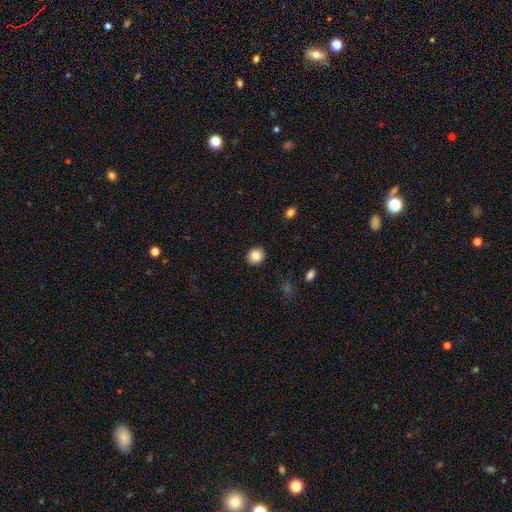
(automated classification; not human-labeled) Smooth or featured? Predicted: smooth (p=0.84). How rounded? Predicted: round (p=0.87). Merging? Predicted: none (p=0.92).